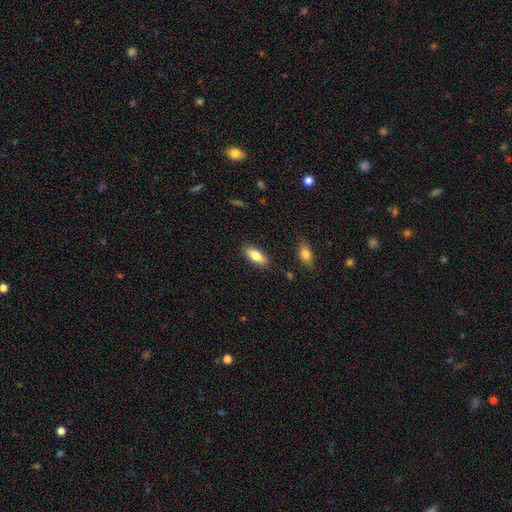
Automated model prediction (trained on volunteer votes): A smooth galaxy with no disk features (78%) that is in between round and cigar-shaped (77%). Merging: none (87%).